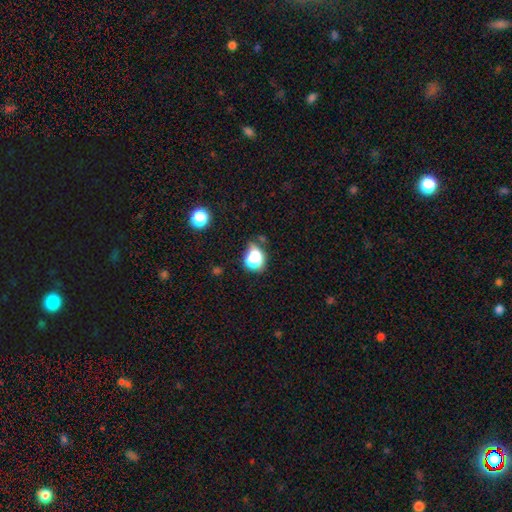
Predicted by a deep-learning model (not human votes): smooth_or_featured: smooth (p=0.77) [alt: star or artifact p=0.13]
how_rounded: round (p=0.61) [alt: in between p=0.38]
merging: none (p=0.48) [alt: minor disturbance p=0.30]